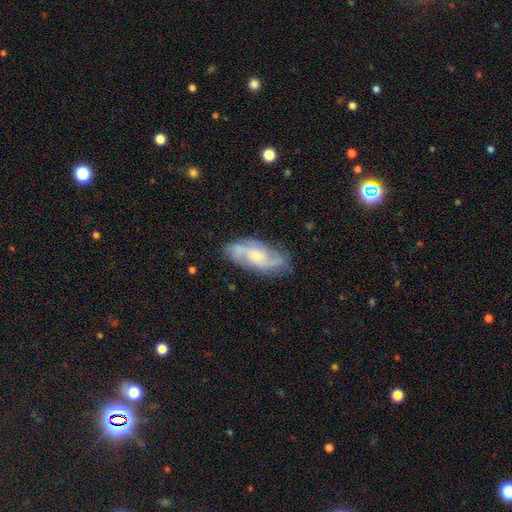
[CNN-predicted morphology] This appears to be a featured or disk galaxy (75%) with no bar (61%), 2 (45%) medium (47%) spiral arms (93%) and a small central bulge (50%). Merging: none (74%).